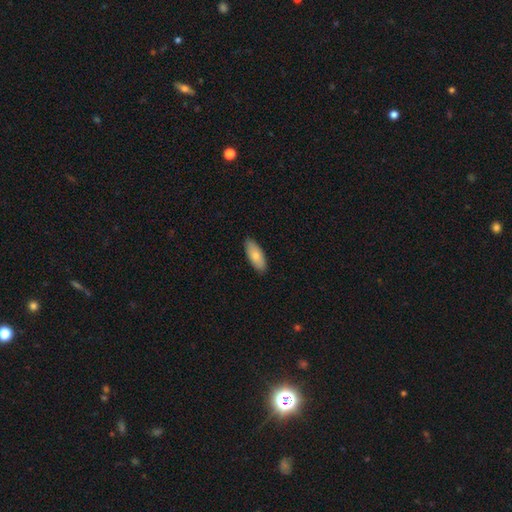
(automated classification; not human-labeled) The model was most divided on "how rounded": in between: 80%, cigar-shaped: 18%, round: 2%. More confident: merging — none (88%); smooth or featured — smooth (79%).